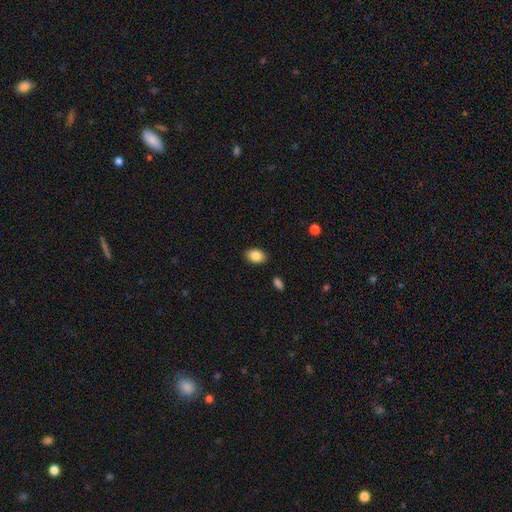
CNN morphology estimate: smooth 86%, star or artifact 8%, featured or disk 6%. Down the decision tree: how rounded — in between (83%); merging — none (88%).